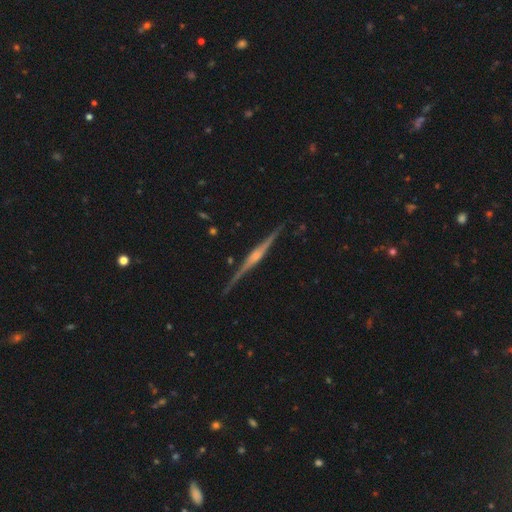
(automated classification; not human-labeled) A featured or disk galaxy (87%) viewed edge-on (99%) with a rounded central bulge (71%).

Vote fractions:
- Smooth or featured? featured or disk: 87% / smooth: 8% / star or artifact: 5%
- Edge-on disk? yes: 99% / no: 1%
- Edge-on bulge? rounded: 71% / boxy: 18% / none: 11%
- Merging? none: 89% / minor disturbance: 8% / major disturbance: 2% / merger: 1%